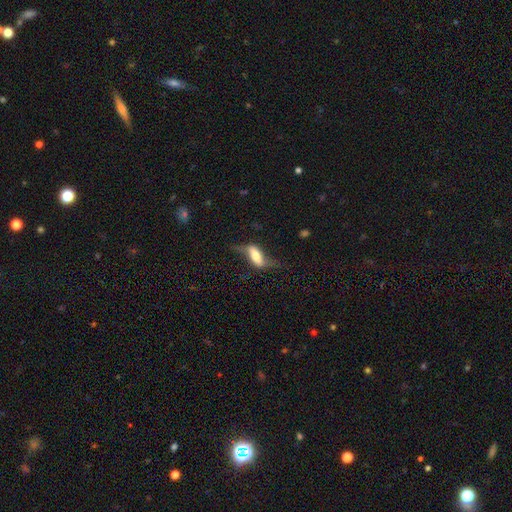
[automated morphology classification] A featured or disk galaxy (59%). Merging: none (48%).